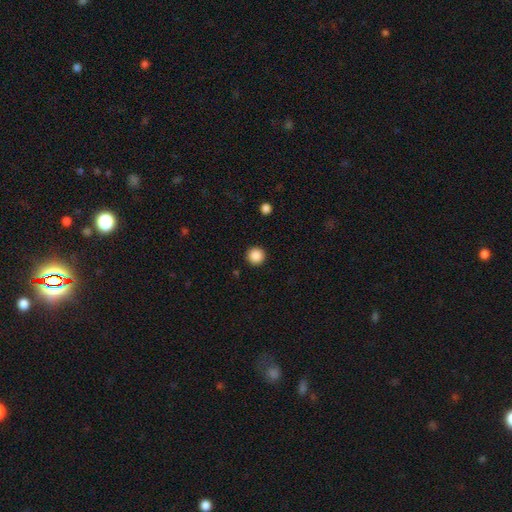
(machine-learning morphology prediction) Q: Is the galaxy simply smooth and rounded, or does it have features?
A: smooth — 88%.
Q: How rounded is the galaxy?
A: round — 96%.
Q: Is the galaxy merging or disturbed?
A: none — 93%.